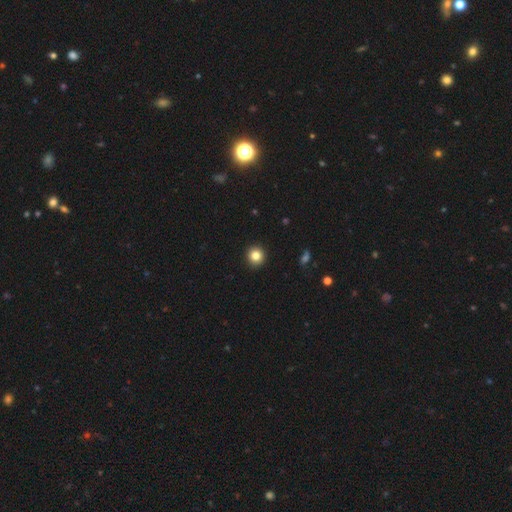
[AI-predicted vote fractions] This is clearly a smooth galaxy (83%). How rounded: clearly round (92%). Merging: clearly none (93%).